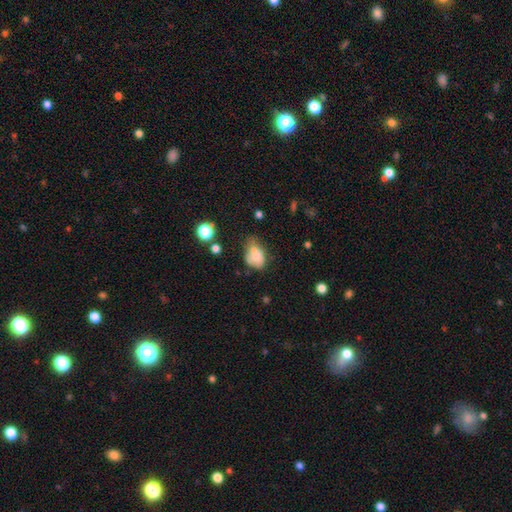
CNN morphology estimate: Overall: smooth (68%). How rounded: in between (67%; round 32%). Merging: merger (30%; none 28%).